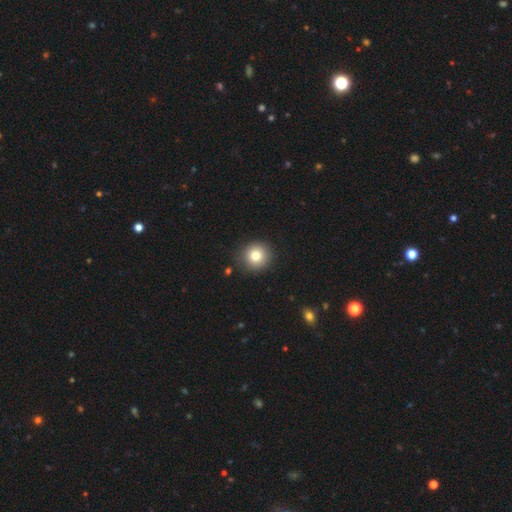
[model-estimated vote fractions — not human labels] smooth-or-featured: smooth: 79% | star or artifact: 11% | featured or disk: 9%
  how-rounded: round: 93% | in between: 6% | cigar-shaped: 1%
  merging: none: 88% | minor disturbance: 8% | major disturbance: 2% | merger: 2%